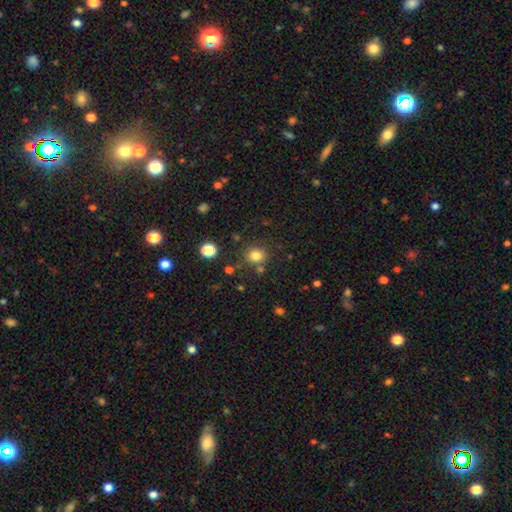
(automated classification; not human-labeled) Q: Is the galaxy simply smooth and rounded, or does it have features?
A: smooth — 80%.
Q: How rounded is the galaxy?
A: round — 78%.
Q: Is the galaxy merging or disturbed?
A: none — 79%.